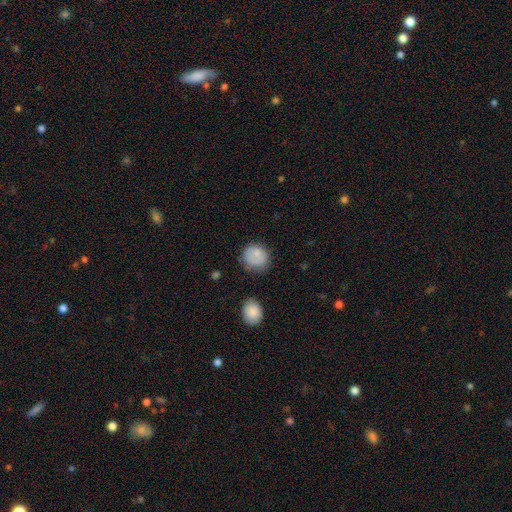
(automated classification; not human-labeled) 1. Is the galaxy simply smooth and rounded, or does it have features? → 81% smooth, 12% featured or disk, 8% star or artifact.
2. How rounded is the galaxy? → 79% round, 20% in between, 1% cigar-shaped.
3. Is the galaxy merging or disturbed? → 61% none, 26% minor disturbance, 10% major disturbance, 3% merger.